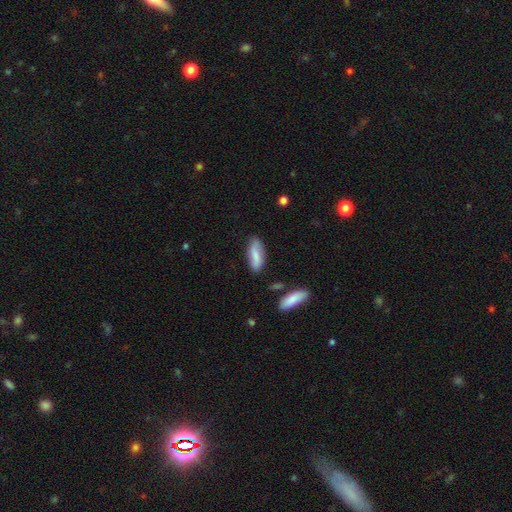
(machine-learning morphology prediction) smooth 76%, featured or disk 18%, star or artifact 6%. Down the decision tree: how rounded — in between (64%); merging — none (77%).